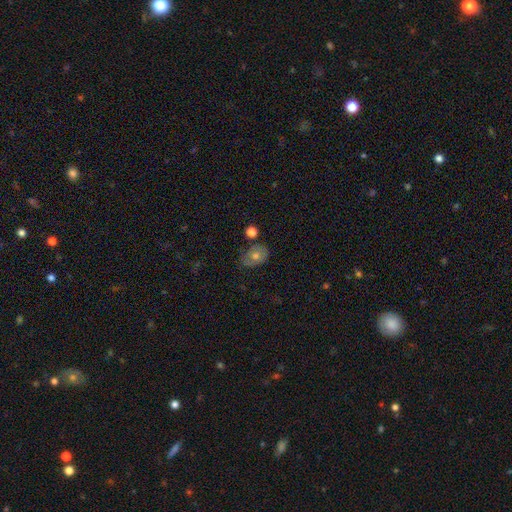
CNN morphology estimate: This appears to be a smooth galaxy with no disk features (60%) that is in between round and cigar-shaped (69%). Merging: none (66%).